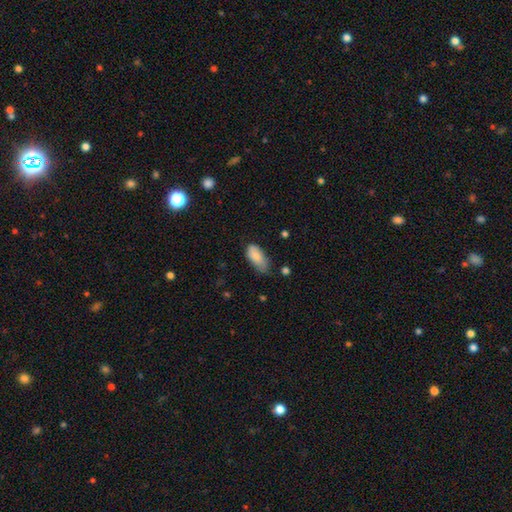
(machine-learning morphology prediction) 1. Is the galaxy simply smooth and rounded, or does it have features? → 83% smooth, 10% featured or disk, 7% star or artifact.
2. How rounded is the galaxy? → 90% in between, 7% cigar-shaped, 2% round.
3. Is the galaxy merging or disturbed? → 48% none, 41% minor disturbance, 10% major disturbance, 2% merger.